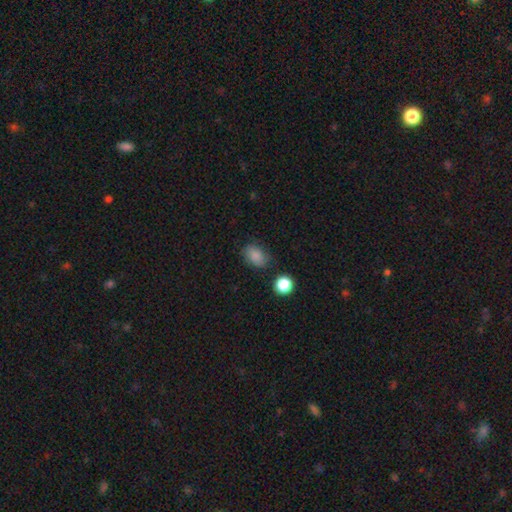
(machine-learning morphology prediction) Smooth or featured? smooth (84%)
How rounded? in between (76%)
Merging? none (73%)